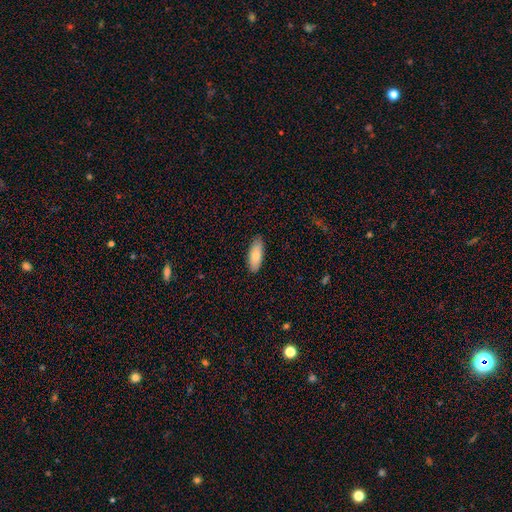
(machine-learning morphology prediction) smooth-or-featured: smooth: 81% | featured or disk: 13% | star or artifact: 6%
  how-rounded: in between: 76% | cigar-shaped: 22% | round: 2%
  merging: none: 88% | minor disturbance: 10% | major disturbance: 2% | merger: 1%